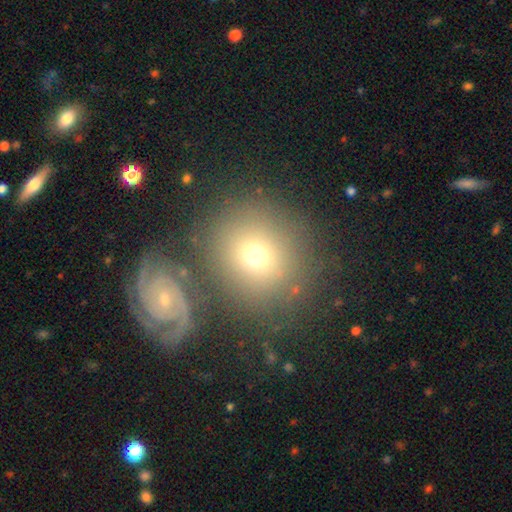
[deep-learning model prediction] Smooth or featured? Predicted: smooth (p=0.58). How rounded? Predicted: round (p=0.79). Merging? Predicted: none (p=0.68).